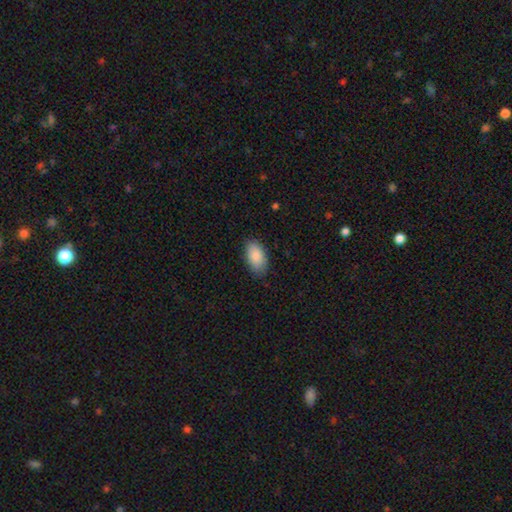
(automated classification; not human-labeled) A smooth galaxy with no disk features (87%) that is in between round and cigar-shaped (94%). Merging: none (83%).